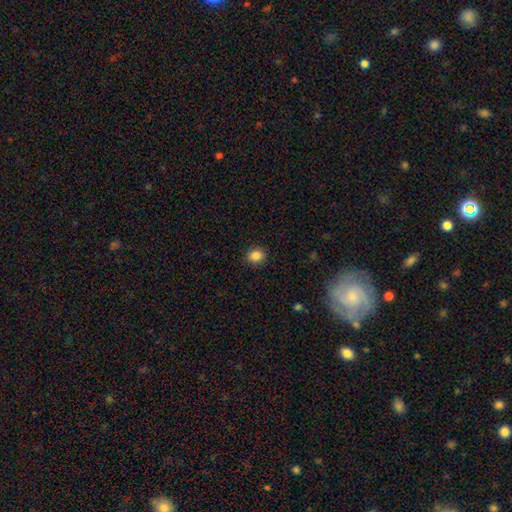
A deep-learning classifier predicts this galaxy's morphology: Smooth or featured? Predicted: smooth (p=0.85). How rounded? Predicted: round (p=0.75). Merging? Predicted: none (p=0.89).